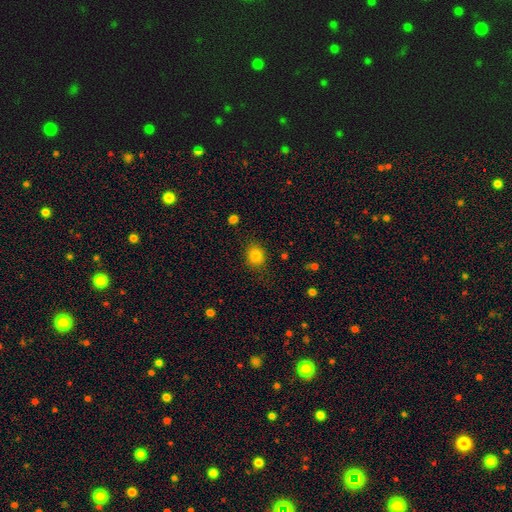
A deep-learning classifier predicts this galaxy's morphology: type=smooth (82%); roundness=round (65%); merging=none (84%).